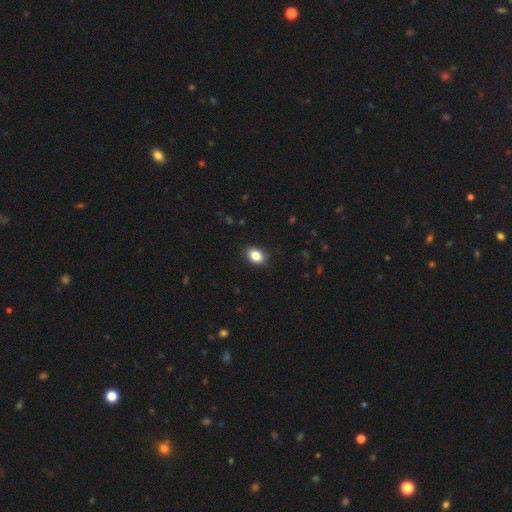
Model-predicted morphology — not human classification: This is clearly a smooth galaxy (86%). How rounded: likely in between (73%). Merging: clearly none (88%).